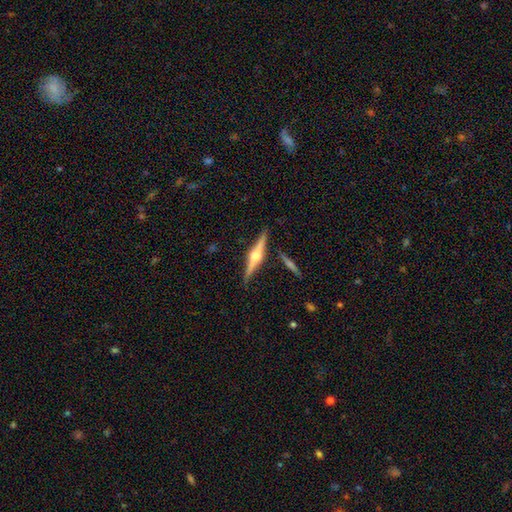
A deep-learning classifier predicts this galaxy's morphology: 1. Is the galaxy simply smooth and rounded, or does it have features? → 80% featured or disk, 14% smooth, 6% star or artifact.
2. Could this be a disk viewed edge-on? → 98% yes, 2% no.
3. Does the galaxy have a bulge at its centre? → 95% rounded, 3% boxy, 2% none.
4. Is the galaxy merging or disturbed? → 86% none, 9% minor disturbance, 3% merger, 2% major disturbance.